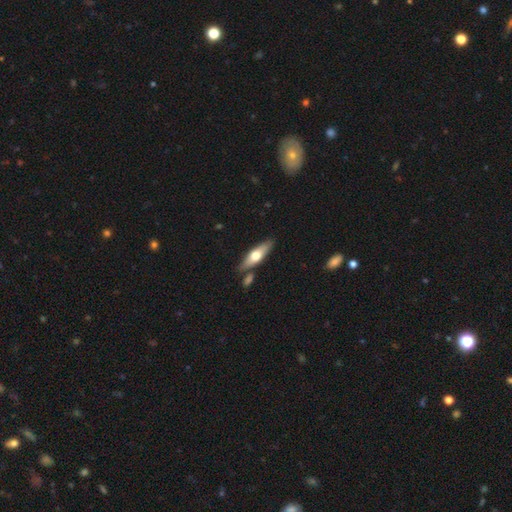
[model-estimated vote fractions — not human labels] A smooth galaxy with no disk features (52%) that is cigar-shaped (54%). Merging: none (75%).